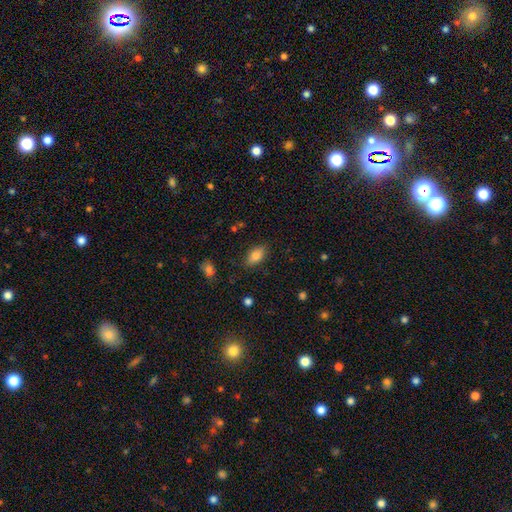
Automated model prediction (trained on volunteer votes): smooth-or-featured: smooth: 82% | featured or disk: 9% | star or artifact: 9%
  how-rounded: in between: 90% | round: 5% | cigar-shaped: 5%
  merging: none: 82% | minor disturbance: 12% | major disturbance: 3% | merger: 2%